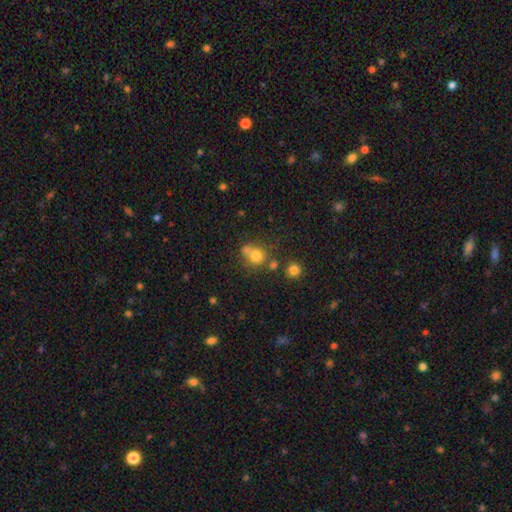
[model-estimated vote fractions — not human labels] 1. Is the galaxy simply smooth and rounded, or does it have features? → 73% smooth, 15% star or artifact, 12% featured or disk.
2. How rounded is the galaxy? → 79% round, 20% in between, 1% cigar-shaped.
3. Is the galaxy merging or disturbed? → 50% none, 33% merger, 12% minor disturbance, 5% major disturbance.